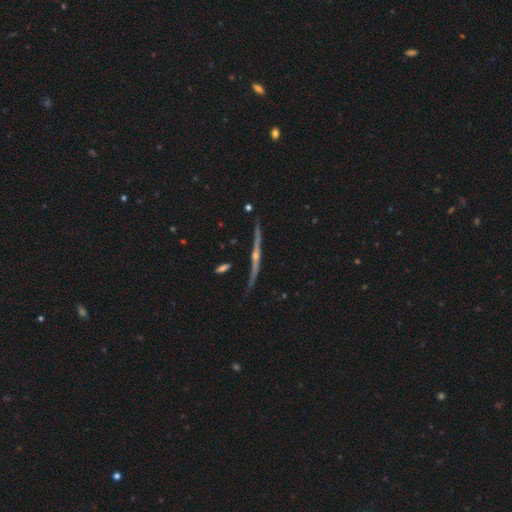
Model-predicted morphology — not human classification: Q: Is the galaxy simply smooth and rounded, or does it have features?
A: featured or disk — 87%.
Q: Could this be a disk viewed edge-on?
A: yes — 98%.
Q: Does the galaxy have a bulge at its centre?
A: rounded — 87%.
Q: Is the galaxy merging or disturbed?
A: none — 87%.